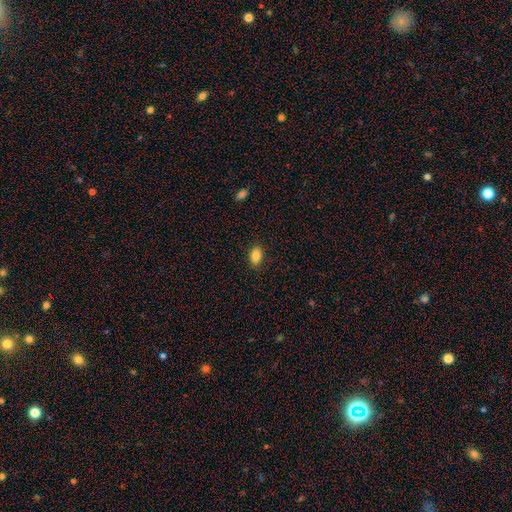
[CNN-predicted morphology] Smooth or featured? Predicted: smooth (p=0.87). How rounded? Predicted: in between (p=0.89). Merging? Predicted: none (p=0.87).